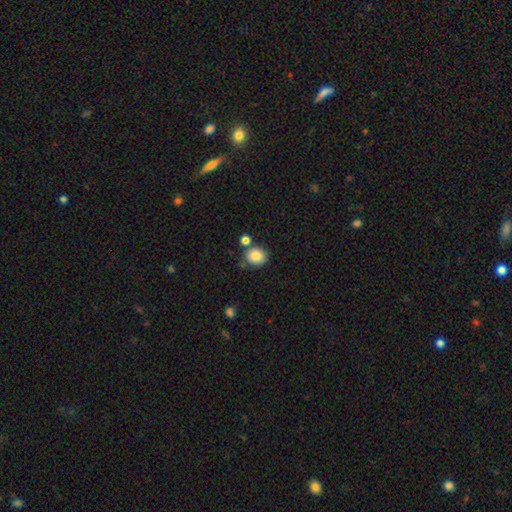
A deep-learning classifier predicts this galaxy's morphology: smooth_or_featured: smooth (p=0.85) [alt: star or artifact p=0.09]
how_rounded: round (p=0.70) [alt: in between p=0.30]
merging: none (p=0.70) [alt: merger p=0.15]